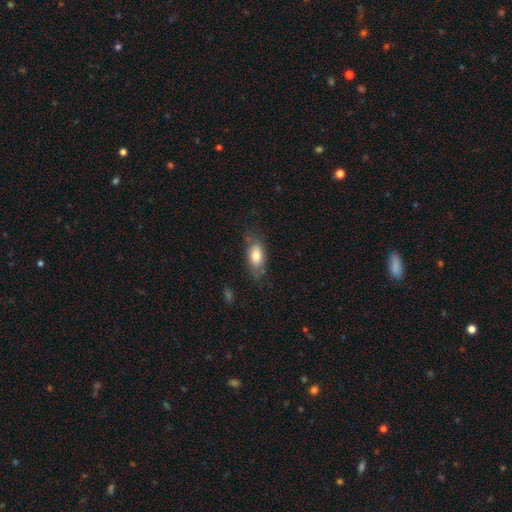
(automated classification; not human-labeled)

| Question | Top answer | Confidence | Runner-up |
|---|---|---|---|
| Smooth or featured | smooth | 75% | featured or disk (18%) |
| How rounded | in between | 84% | cigar-shaped (12%) |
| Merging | none | 66% | minor disturbance (24%) |